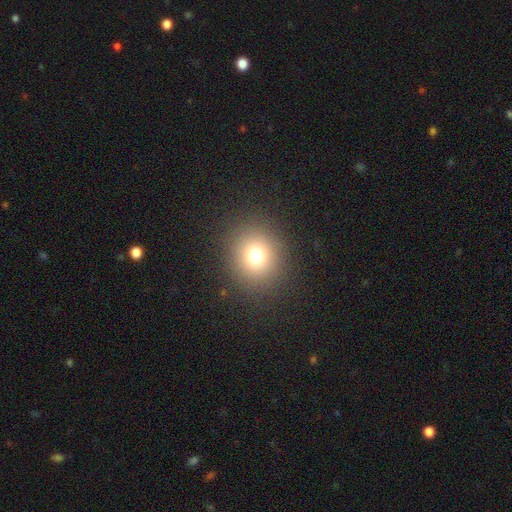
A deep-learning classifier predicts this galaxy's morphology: This is likely a smooth galaxy (72%). How rounded: clearly round (85%). Merging: clearly none (88%).